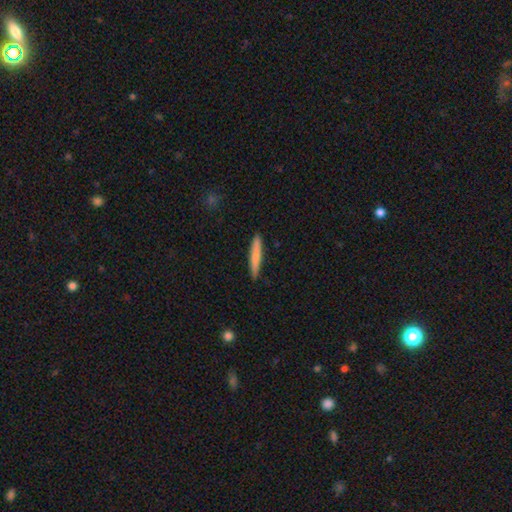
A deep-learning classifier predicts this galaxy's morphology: Q: Smooth or featured?
A: smooth (71%); runner-up: featured or disk (23%)
Q: How rounded?
A: cigar-shaped (94%); runner-up: in between (5%)
Q: Merging?
A: none (89%); runner-up: minor disturbance (8%)